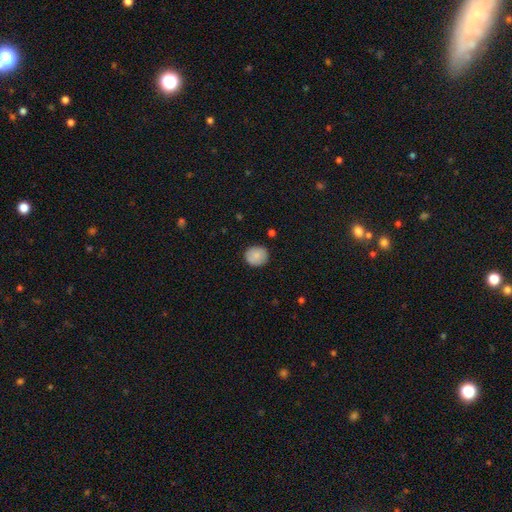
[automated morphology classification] smooth-or-featured: smooth: 85% | star or artifact: 7% | featured or disk: 7%
  how-rounded: round: 82% | in between: 17% | cigar-shaped: 1%
  merging: none: 86% | minor disturbance: 11% | major disturbance: 2% | merger: 1%